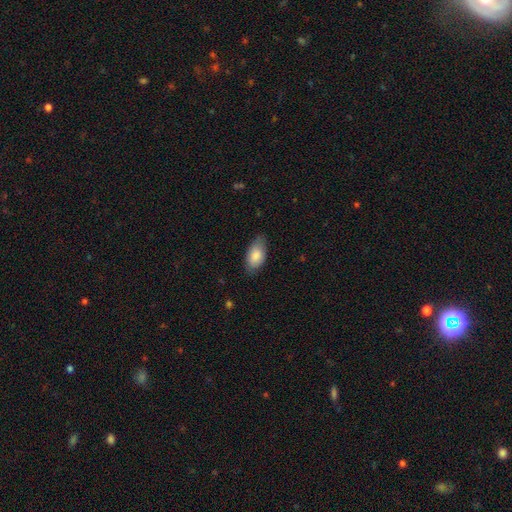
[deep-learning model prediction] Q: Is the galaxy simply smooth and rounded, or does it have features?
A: smooth — 85%.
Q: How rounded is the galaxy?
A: in between — 93%.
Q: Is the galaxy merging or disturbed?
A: none — 74%.